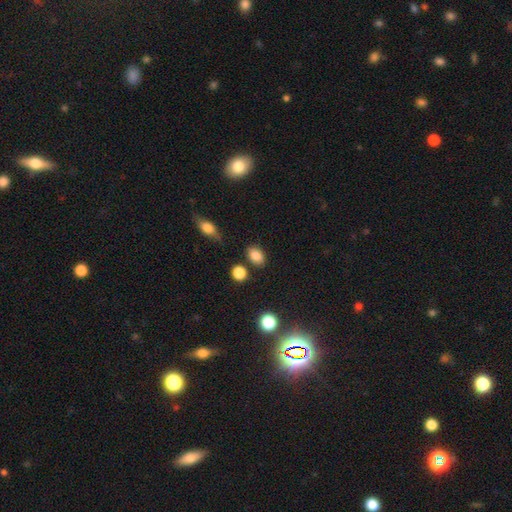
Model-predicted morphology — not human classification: This appears to be a smooth galaxy with no disk features (84%) that is in between round and cigar-shaped (78%). Merging: none (81%).